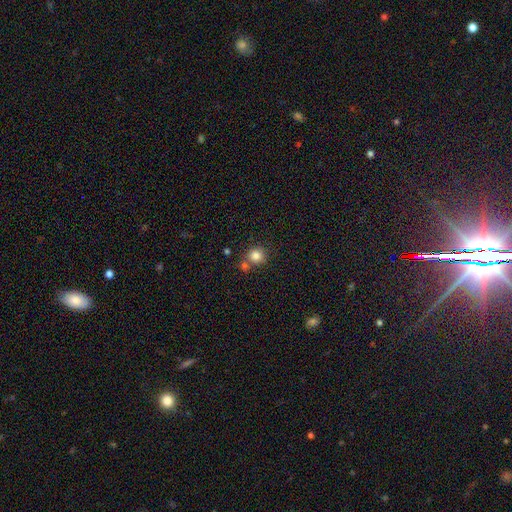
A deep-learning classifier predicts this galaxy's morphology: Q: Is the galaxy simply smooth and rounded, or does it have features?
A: smooth — 83%.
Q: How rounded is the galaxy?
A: round — 87%.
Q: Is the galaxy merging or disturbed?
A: none — 64%.